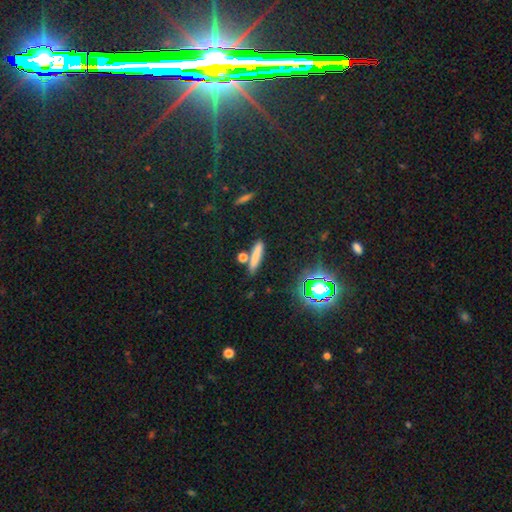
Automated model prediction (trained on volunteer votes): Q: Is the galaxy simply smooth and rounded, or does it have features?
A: smooth — 75%.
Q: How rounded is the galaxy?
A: cigar-shaped — 82%.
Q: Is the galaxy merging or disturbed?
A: none — 76%.